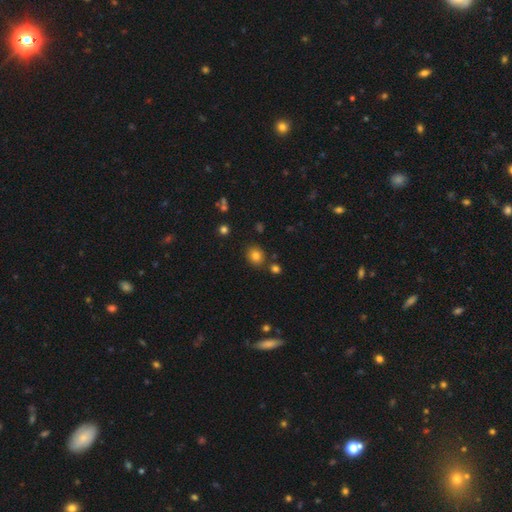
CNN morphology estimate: smooth 81%, star or artifact 13%, featured or disk 6%. Down the decision tree: how rounded — round (76%); merging — none (82%).